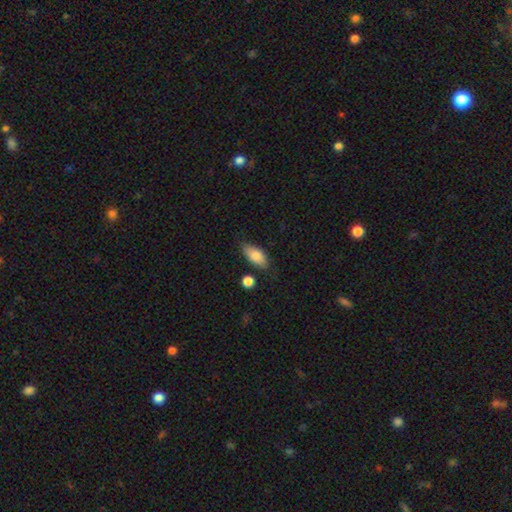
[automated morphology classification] smooth 83%, featured or disk 10%, star or artifact 7%. Down the decision tree: how rounded — in between (90%); merging — none (74%).